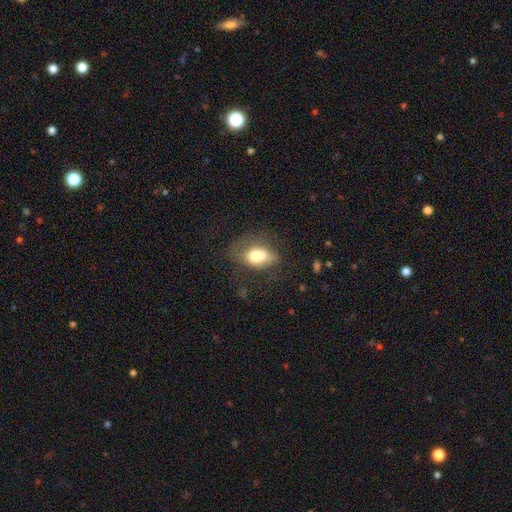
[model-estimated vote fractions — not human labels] Smooth or featured: smooth — 72% (featured or disk — 19%)
How rounded: in between — 83% (round — 15%)
Merging: none — 43% (minor disturbance — 29%)